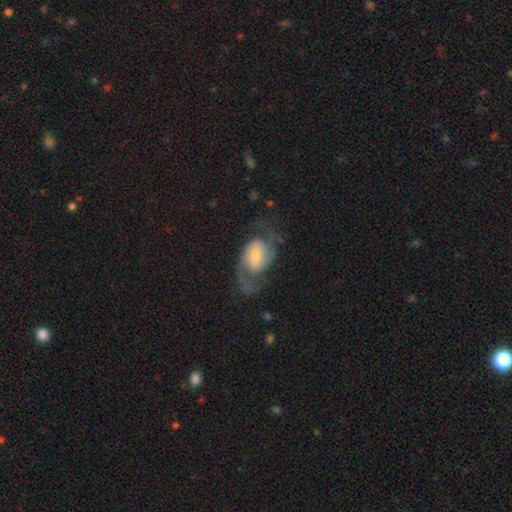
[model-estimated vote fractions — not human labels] smooth-or-featured: featured or disk: 78% | smooth: 16% | star or artifact: 6%
  disk-edge-on: no: 97% | yes: 3%
    bar: no: 52% | weak: 37% | strong: 11%
    has-spiral-arms: yes: 93% | no: 7%
      spiral-winding: medium: 46% | loose: 40% | tight: 14%
      spiral-arm-count: 2: 89% | can't tell: 4% | 1: 3% | 3: 2% | 4: 1% | more than 4: 1%
    bulge-size: small: 45% | moderate: 41% | large: 9% | none: 3% | dominant: 2%
  merging: none: 60% | major disturbance: 21% | minor disturbance: 17% | merger: 2%